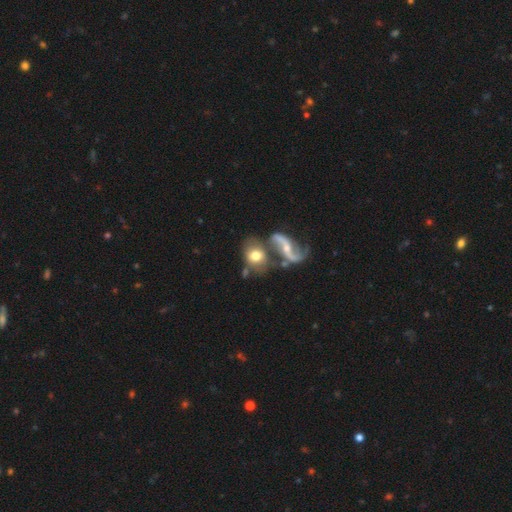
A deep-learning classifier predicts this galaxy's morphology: A smooth galaxy with no disk features (50%) that is in between round and cigar-shaped (52%). Merging: merger (40%).